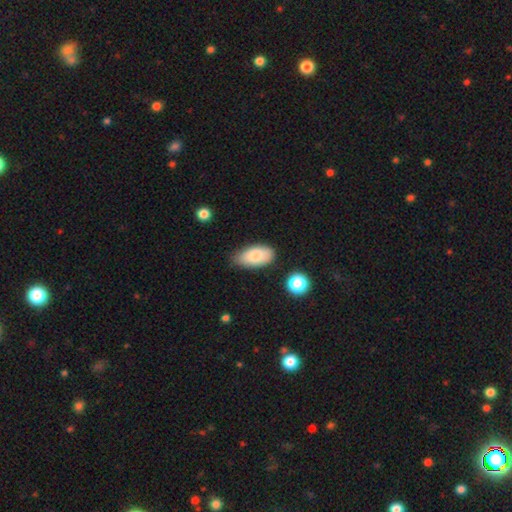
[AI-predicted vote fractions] Overall: smooth (81%). How rounded: in between (94%). Merging: none (68%).